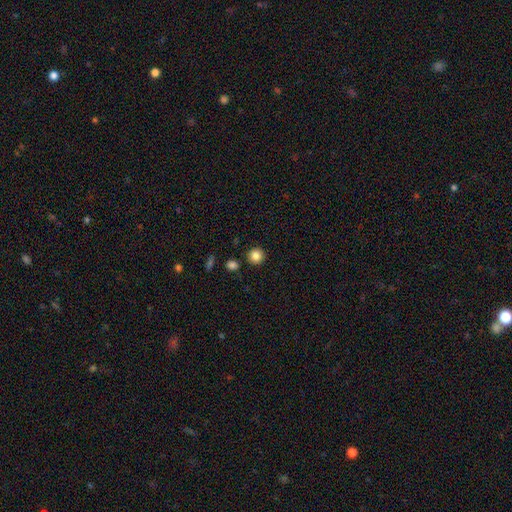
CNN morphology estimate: This appears to be a smooth galaxy with no disk features (85%) that is round (94%). Merging: none (90%).